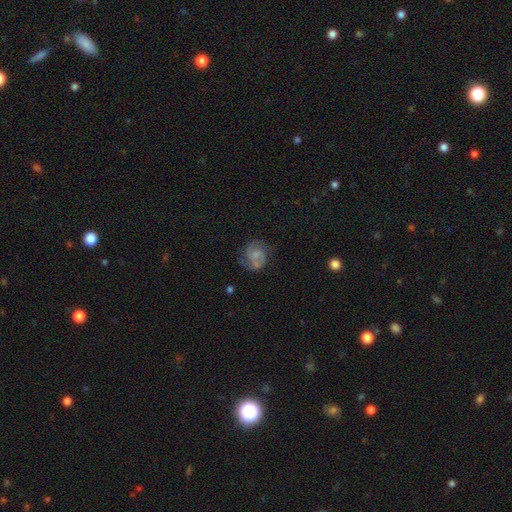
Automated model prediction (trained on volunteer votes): Smooth or featured? featured or disk (58%)
Edge-on disk? no (98%)
Bar? no (56%)
Spiral arms? yes (86%)
Bulge size? none (40%)
Merging? none (62%)